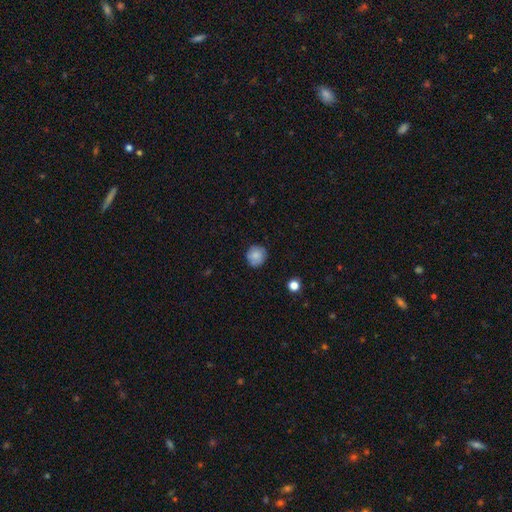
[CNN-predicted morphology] Overall: smooth (83%). How rounded: round (90%). Merging: none (83%).